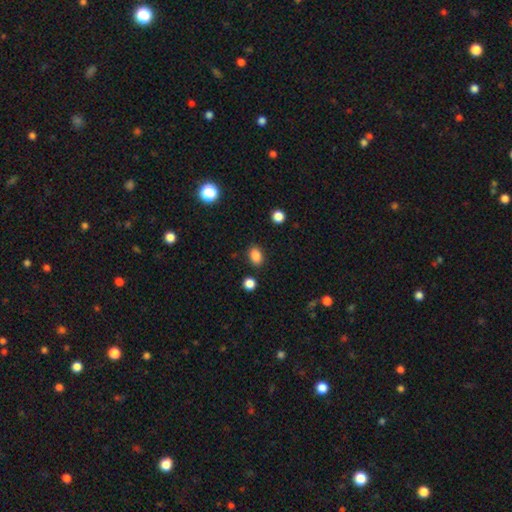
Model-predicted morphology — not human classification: type=smooth (86%); roundness=in between (75%); merging=none (85%).